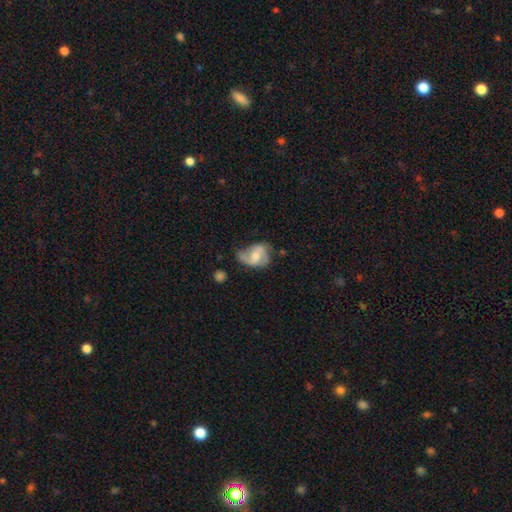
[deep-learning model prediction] smooth_or_featured: featured or disk (p=0.61) [alt: smooth p=0.32]
disk_edge_on: no (p=0.97) [alt: yes p=0.03]
bar: no (p=0.50) [alt: weak p=0.40]
has_spiral_arms: yes (p=0.80) [alt: no p=0.20]
bulge_size: moderate (p=0.57) [alt: small p=0.26]
merging: none (p=0.40) [alt: minor disturbance p=0.32]